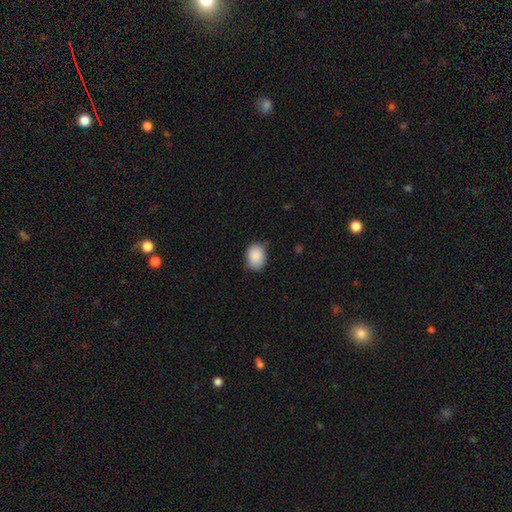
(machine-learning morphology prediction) smooth 90%, star or artifact 7%, featured or disk 4%. Down the decision tree: how rounded — in between (72%); merging — none (76%).